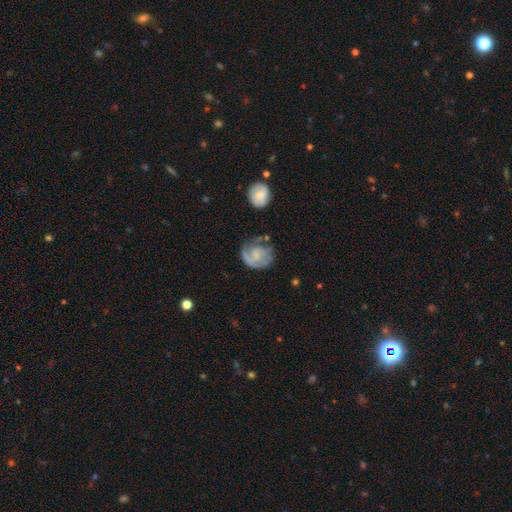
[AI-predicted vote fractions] A featured or disk galaxy (66%) with no bar (66%), 1 (36%) tight (48%) spiral arms (86%) and no central bulge (42%).

Vote fractions:
- Smooth or featured? featured or disk: 66% / smooth: 27% / star or artifact: 6%
- Edge-on disk? no: 98% / yes: 2%
- Bar? no: 66% / weak: 29% / strong: 5%
- Spiral arms? yes: 86% / no: 14%
- Spiral winding? tight: 48% / medium: 36% / loose: 16%
- Spiral arm count? 1: 36% / 2: 34% / can't tell: 19% / 3: 8% / 4: 2% / more than 4: 2%
- Bulge size? none: 42% / small: 33% / moderate: 20% / large: 4% / dominant: 1%
- Merging? none: 53% / minor disturbance: 24% / major disturbance: 19% / merger: 4%